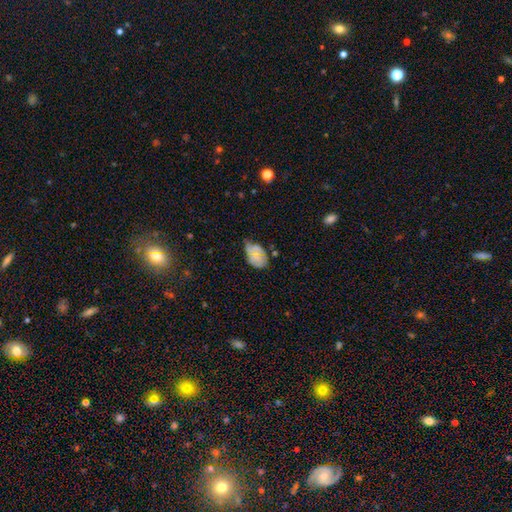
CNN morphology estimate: A smooth galaxy with no disk features (57%) that is in between round and cigar-shaped (85%). Merging: minor disturbance (43%).